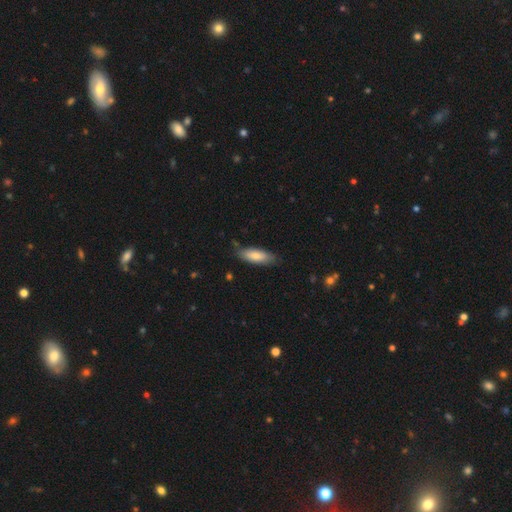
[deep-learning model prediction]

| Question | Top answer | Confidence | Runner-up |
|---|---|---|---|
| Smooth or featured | smooth | 80% | featured or disk (14%) |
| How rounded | in between | 64% | cigar-shaped (35%) |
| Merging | none | 80% | minor disturbance (16%) |